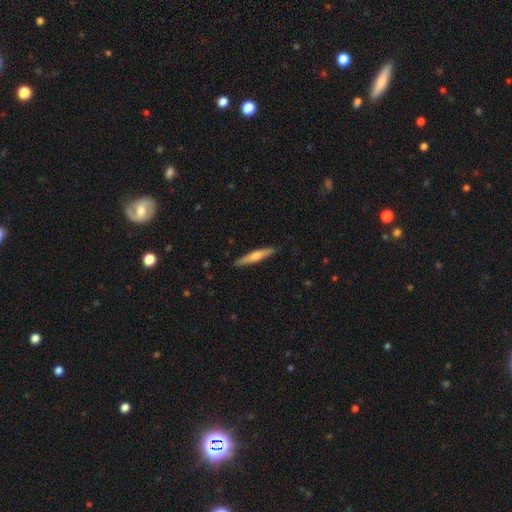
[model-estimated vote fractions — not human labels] smooth_or_featured: featured or disk (p=0.49) [alt: smooth p=0.45]
merging: none (p=0.91) [alt: minor disturbance p=0.07]